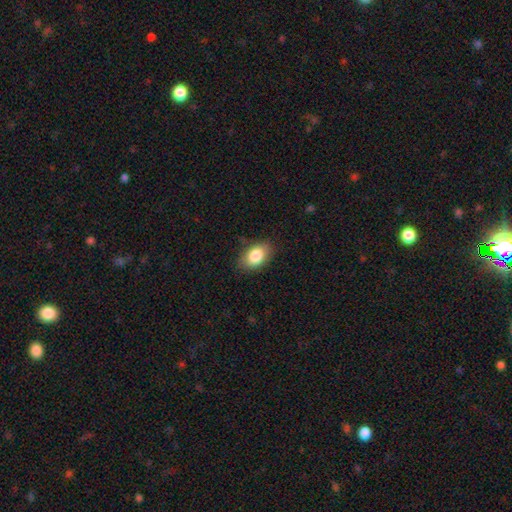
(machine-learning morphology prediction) Overall: smooth (83%). How rounded: in between (88%). Merging: none (83%).